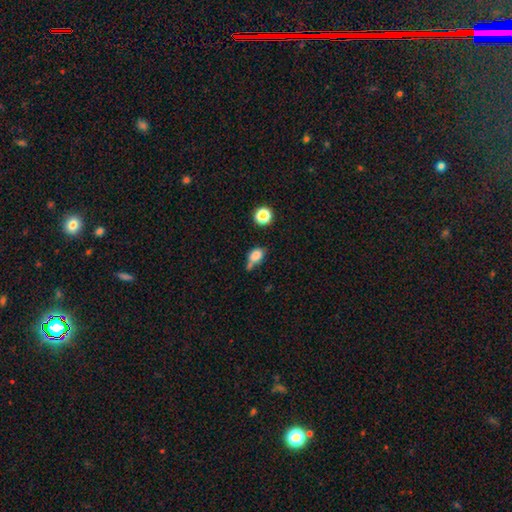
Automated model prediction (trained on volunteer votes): A smooth galaxy with no disk features (78%) that is in between round and cigar-shaped (61%).

Vote fractions:
- Smooth or featured? smooth: 78% / star or artifact: 11% / featured or disk: 10%
- How rounded? in between: 61% / round: 36% / cigar-shaped: 3%
- Merging? none: 36% / minor disturbance: 26% / merger: 26% / major disturbance: 12%